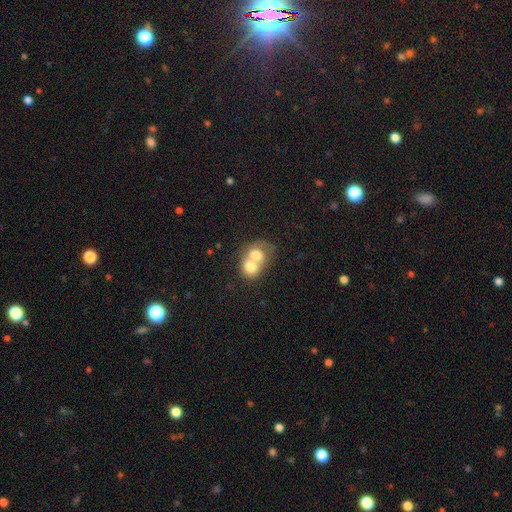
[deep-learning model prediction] A smooth galaxy with no disk features (68%) that is round (54%).

Vote fractions:
- Smooth or featured? smooth: 68% / featured or disk: 25% / star or artifact: 7%
- How rounded? round: 54% / in between: 46% / cigar-shaped: 1%
- Merging? merger: 78% / none: 14% / minor disturbance: 5% / major disturbance: 3%